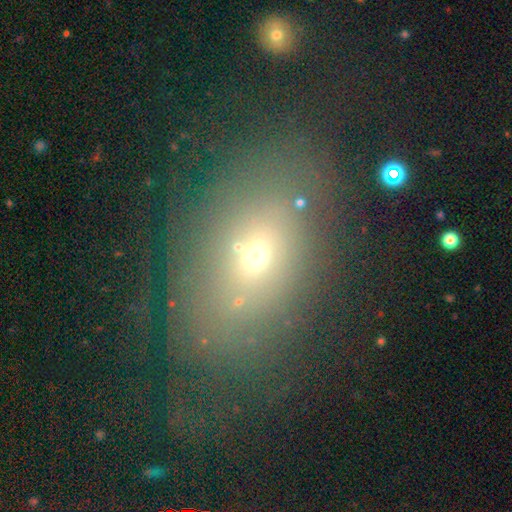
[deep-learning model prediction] smooth 56%, star or artifact 22%, featured or disk 21%. Down the decision tree: how rounded — in between (65%); merging — none (57%).